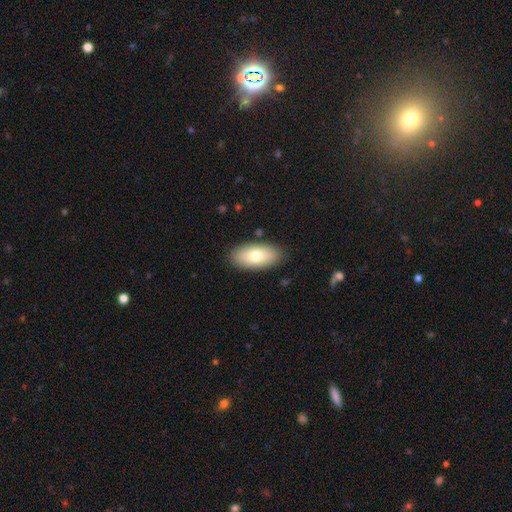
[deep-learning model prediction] Smooth or featured: smooth — 73% (featured or disk — 21%)
How rounded: in between — 92% (cigar-shaped — 5%)
Merging: none — 87% (minor disturbance — 9%)